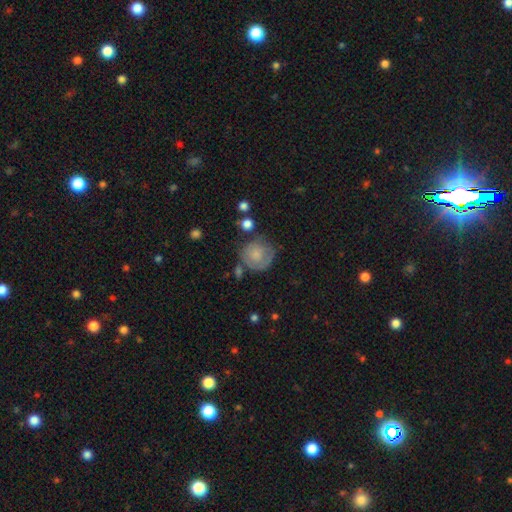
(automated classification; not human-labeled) Morphology: type=smooth (60%); roundness=round (86%); merging=none (54%).